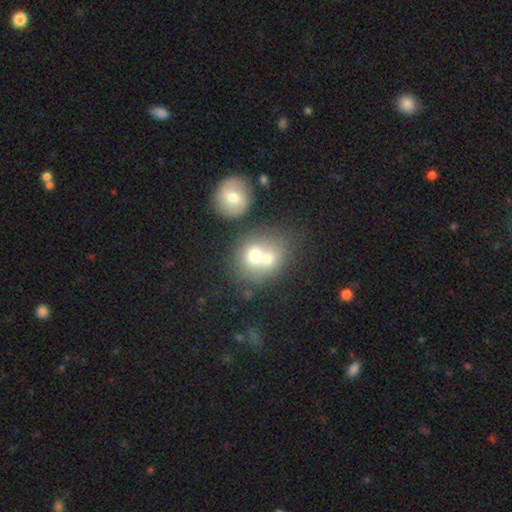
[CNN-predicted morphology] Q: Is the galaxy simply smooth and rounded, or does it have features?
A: smooth — 65%.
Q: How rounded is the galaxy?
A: round — 71%.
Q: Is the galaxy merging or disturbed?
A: merger — 64%.